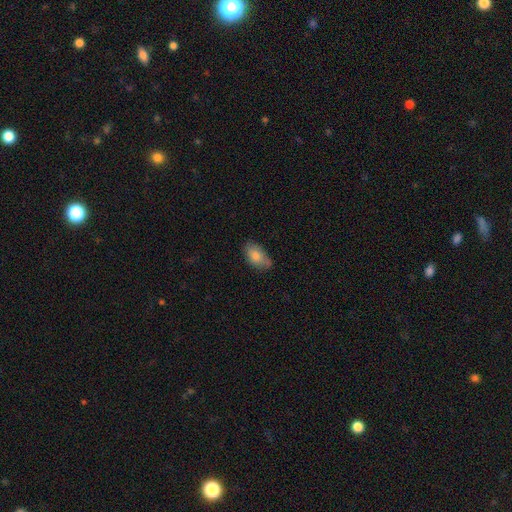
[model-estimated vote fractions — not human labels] This appears to be a smooth galaxy with no disk features (80%) that is in between round and cigar-shaped (91%). Merging: none (63%).